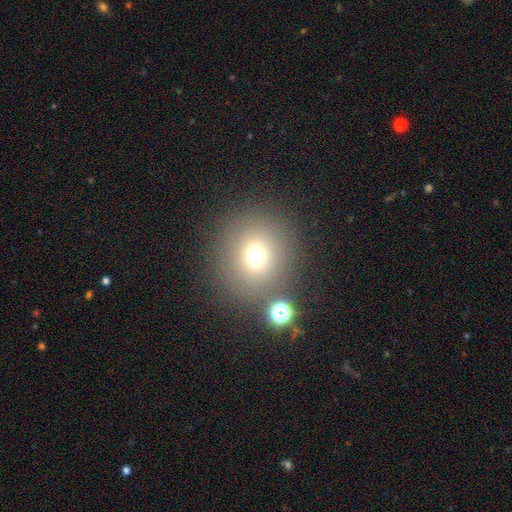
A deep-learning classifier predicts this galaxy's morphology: This is likely a smooth galaxy (71%). How rounded: clearly round (91%). Merging: clearly none (82%).